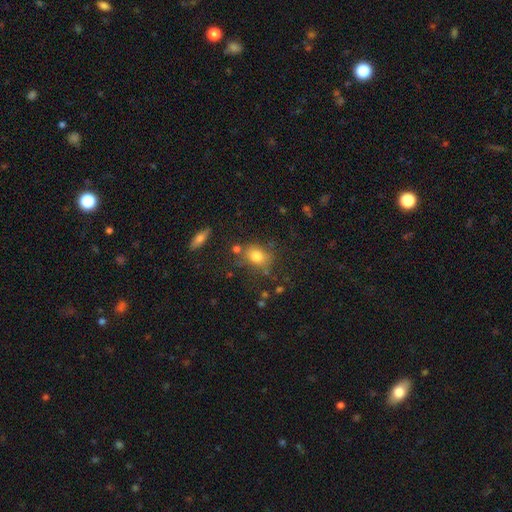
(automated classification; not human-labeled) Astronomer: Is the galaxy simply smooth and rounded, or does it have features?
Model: smooth — 78%.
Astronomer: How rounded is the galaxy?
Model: in between — 52% (runner-up: round, 46%).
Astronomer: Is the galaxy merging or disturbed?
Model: none — 68%.